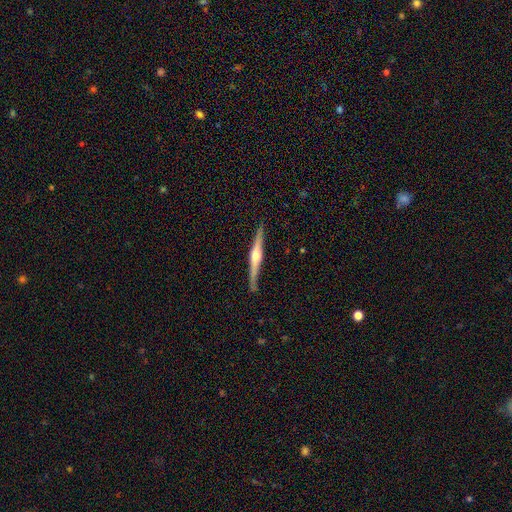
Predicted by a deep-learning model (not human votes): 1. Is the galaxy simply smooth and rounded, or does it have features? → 78% featured or disk, 18% smooth, 5% star or artifact.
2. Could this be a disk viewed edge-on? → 98% yes, 2% no.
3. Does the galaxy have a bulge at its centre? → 90% rounded, 6% boxy, 5% none.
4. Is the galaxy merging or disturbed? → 88% none, 9% minor disturbance, 2% major disturbance, 1% merger.